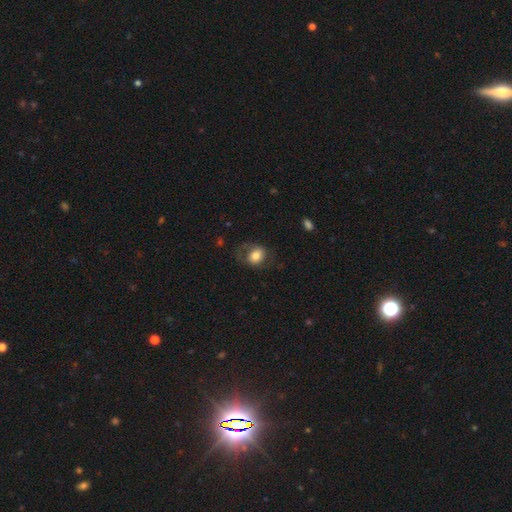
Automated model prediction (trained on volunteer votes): A smooth galaxy with no disk features (69%) that is in between round and cigar-shaped (56%). Merging: none (60%).